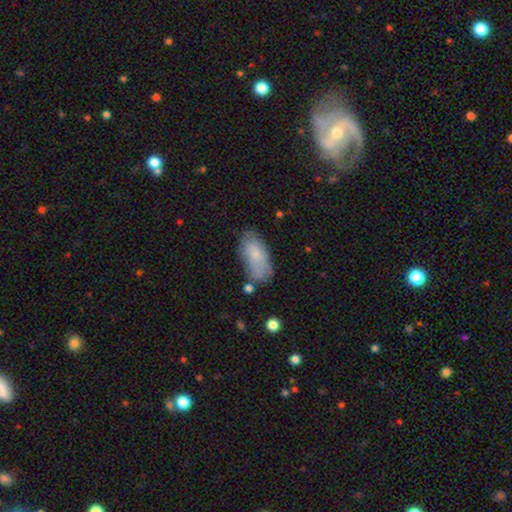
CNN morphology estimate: Smooth or featured: smooth — 76% (featured or disk — 18%)
How rounded: in between — 91% (cigar-shaped — 7%)
Merging: none — 63% (minor disturbance — 25%)